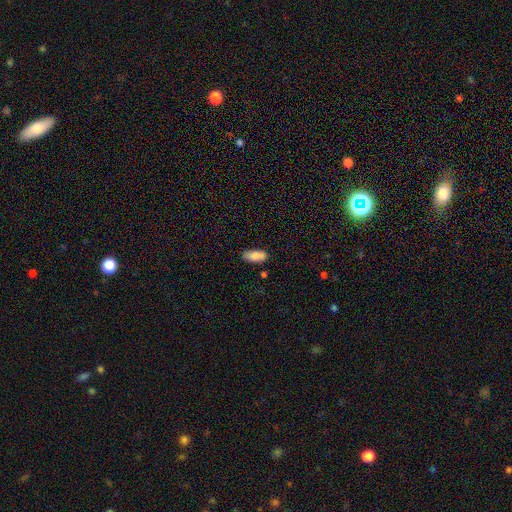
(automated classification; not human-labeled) The model was most divided on "merging": none: 77%, minor disturbance: 16%, merger: 4%, major disturbance: 3%. More confident: how rounded — in between (84%); smooth or featured — smooth (82%).